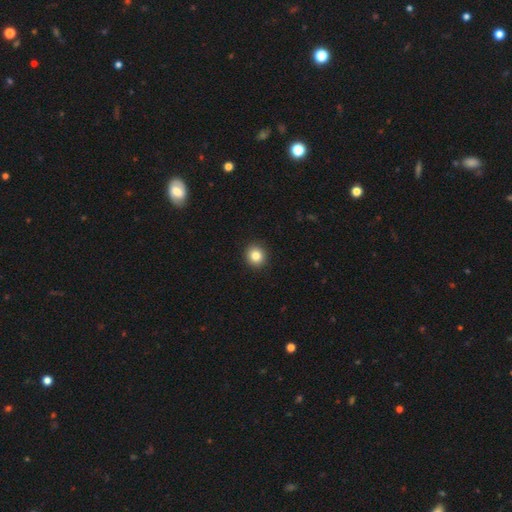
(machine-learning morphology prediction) smooth_or_featured: smooth (p=0.83) [alt: star or artifact p=0.10]
how_rounded: round (p=0.91) [alt: in between p=0.08]
merging: none (p=0.93) [alt: minor disturbance p=0.05]